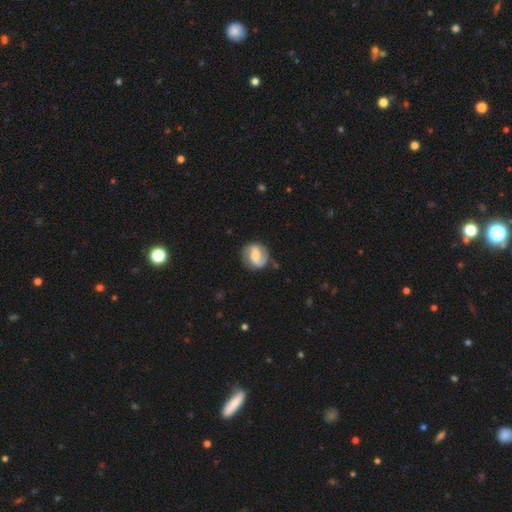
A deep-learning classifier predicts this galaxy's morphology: Smooth or featured?
  - featured or disk: 73% *
  - smooth: 21%
  - star or artifact: 6%
Edge-on disk?
  - no: 98% *
  - yes: 2%
Bar?
  - weak: 44% *
  - strong: 34%
  - no: 22%
Spiral arms?
  - yes: 92% *
  - no: 8%
Spiral winding?
  - medium: 46% *
  - loose: 27%
  - tight: 27%
Spiral arm count?
  - 2: 88% *
  - can't tell: 5%
  - 1: 4%
  - 3: 1%
  - 4: 1%
  - more than 4: 1%
Bulge size?
  - moderate: 36% *
  - small: 31%
  - none: 16%
  - large: 15%
  - dominant: 3%
Merging?
  - none: 78% *
  - minor disturbance: 15%
  - major disturbance: 5%
  - merger: 2%